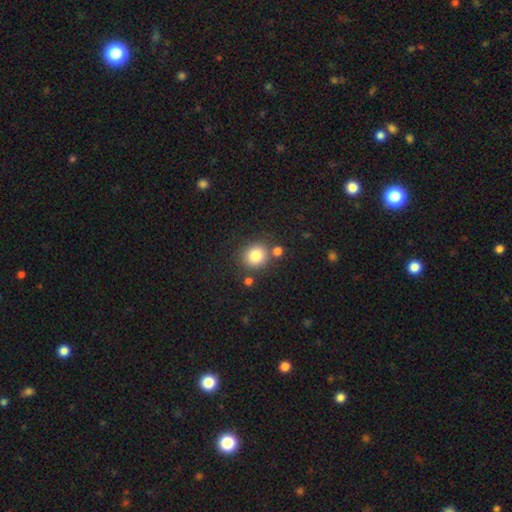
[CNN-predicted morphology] smooth 82%, star or artifact 11%, featured or disk 7%. Down the decision tree: how rounded — round (85%); merging — none (77%).